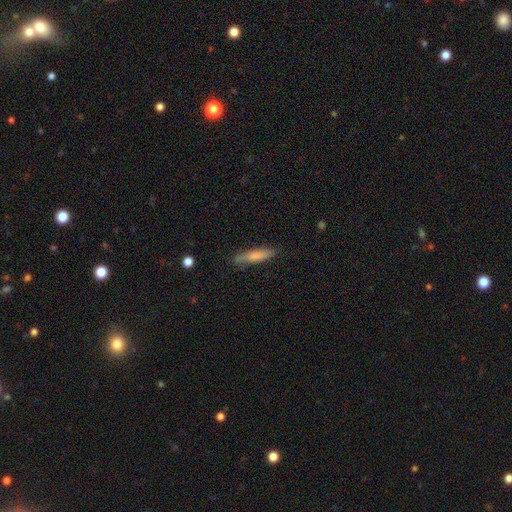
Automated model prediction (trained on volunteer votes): Smooth or featured? smooth (72%)
How rounded? cigar-shaped (84%)
Merging? none (80%)